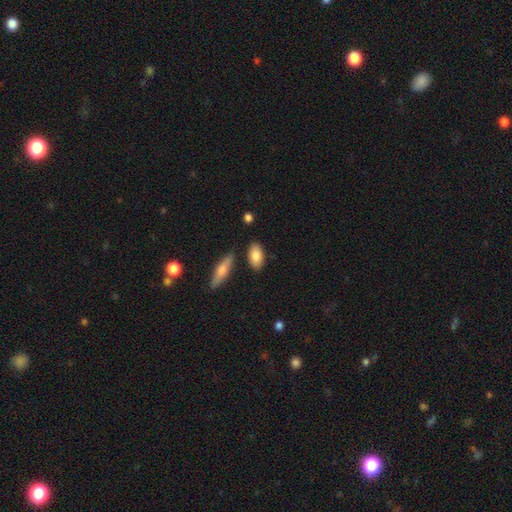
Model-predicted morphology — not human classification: Q: Smooth or featured?
A: smooth (83%); runner-up: featured or disk (11%)
Q: How rounded?
A: in between (90%); runner-up: cigar-shaped (6%)
Q: Merging?
A: none (83%); runner-up: minor disturbance (10%)